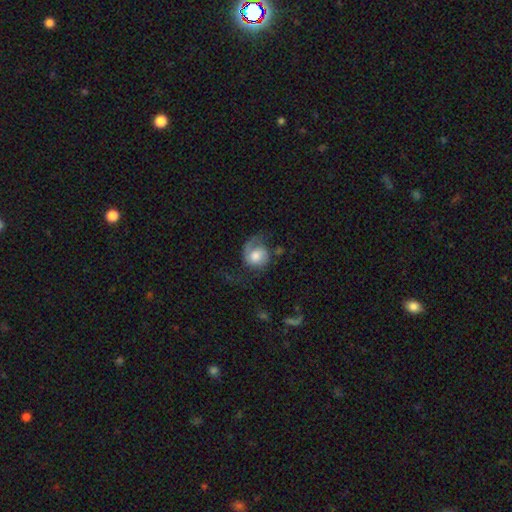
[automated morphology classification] Smooth or featured? featured or disk (56%)
Edge-on disk? no (97%)
Bar? no (70%)
Spiral arms? yes (87%)
Bulge size? moderate (48%)
Merging? none (42%)